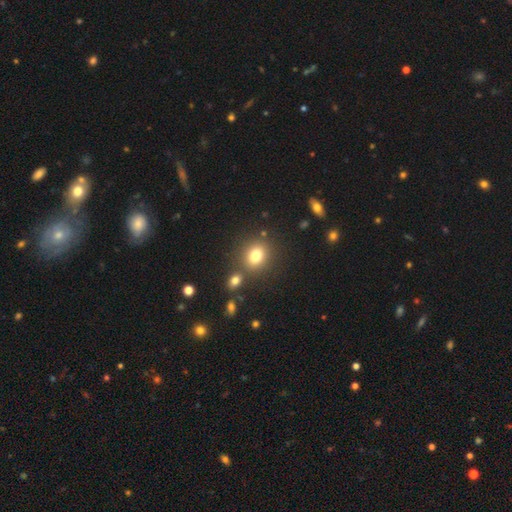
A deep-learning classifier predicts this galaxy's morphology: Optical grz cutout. It shows a smooth galaxy with no disk features (79%) that is round (59%). Merging: none (73%).